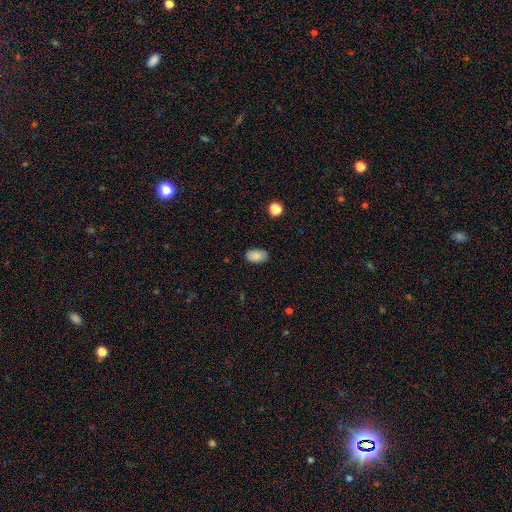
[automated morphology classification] type=smooth (87%); roundness=in between (92%); merging=none (83%).